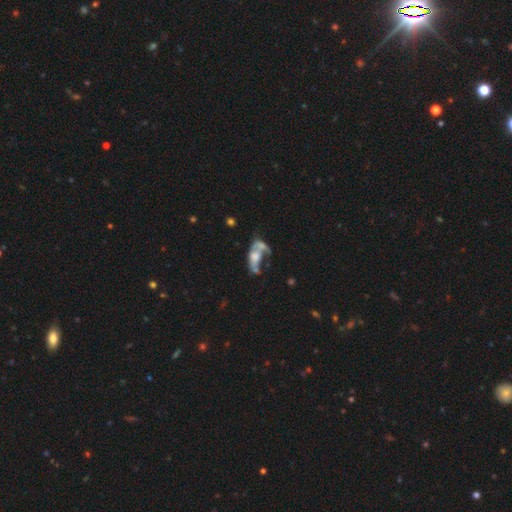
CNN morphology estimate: smooth-or-featured: featured or disk: 50% | smooth: 38% | star or artifact: 11%
  disk-edge-on: no: 91% | yes: 9%
  merging: merger: 45% | major disturbance: 28% | none: 17% | minor disturbance: 10%